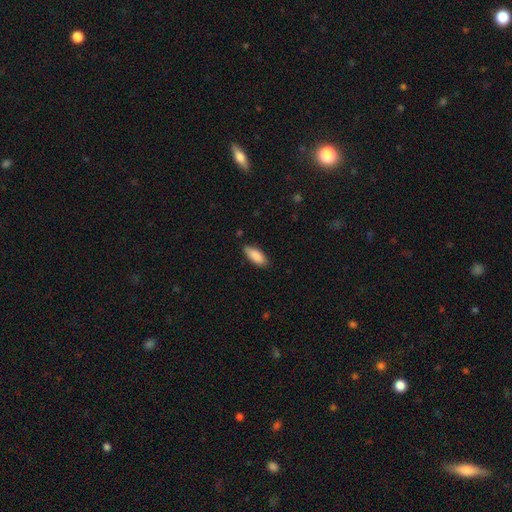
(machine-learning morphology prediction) smooth_or_featured: smooth (p=0.88) [alt: featured or disk p=0.06]
how_rounded: in between (p=0.79) [alt: cigar-shaped p=0.20]
merging: none (p=0.81) [alt: minor disturbance p=0.15]